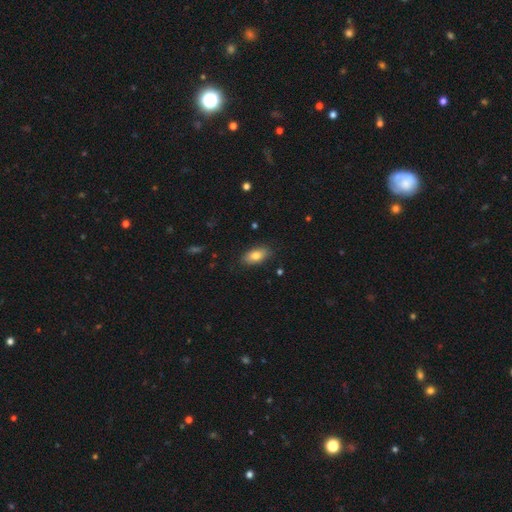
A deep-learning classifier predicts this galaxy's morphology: Smooth or featured: smooth — 80% (featured or disk — 13%)
How rounded: in between — 90% (cigar-shaped — 5%)
Merging: none — 85% (minor disturbance — 11%)